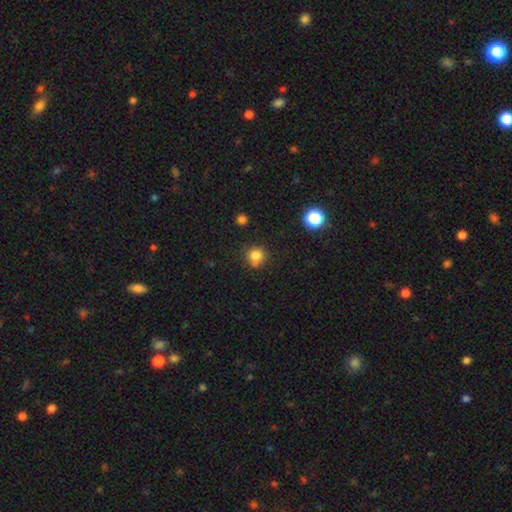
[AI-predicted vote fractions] Morphology: type=smooth (80%); roundness=round (88%); merging=none (72%).